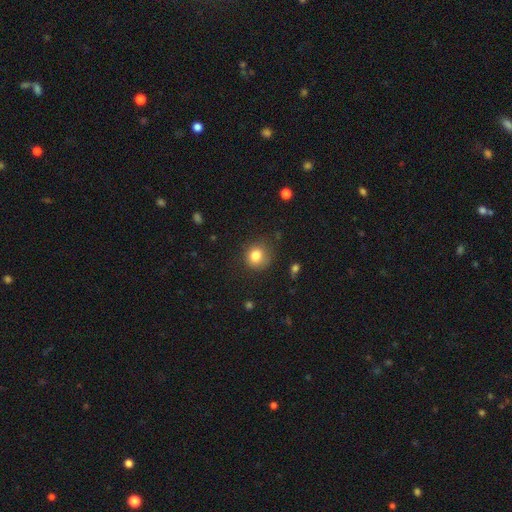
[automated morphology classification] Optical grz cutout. It shows a smooth galaxy with no disk features (81%) that is round (86%). Merging: none (75%).